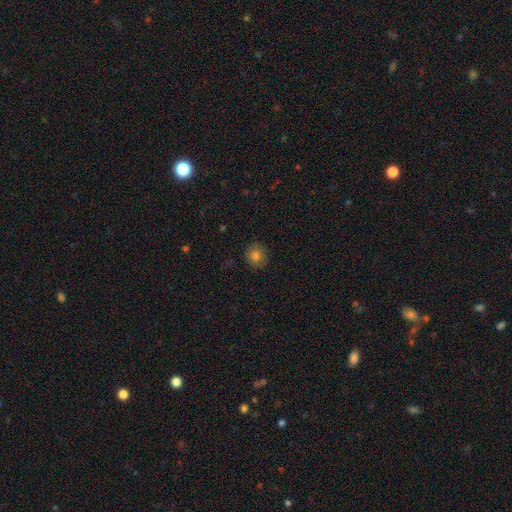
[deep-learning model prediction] Morphology: type=smooth (81%); roundness=round (84%); merging=none (89%).